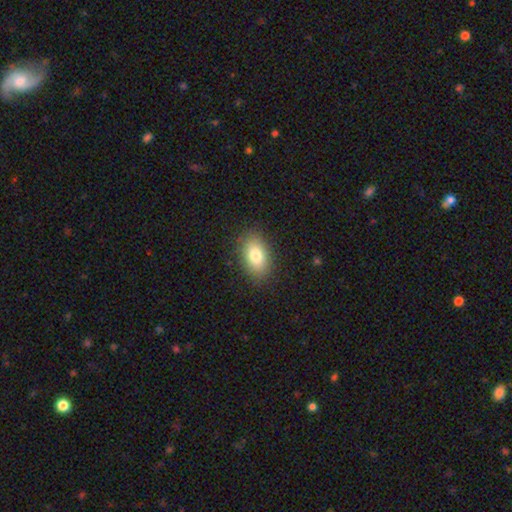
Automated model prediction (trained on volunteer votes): The model was most divided on "smooth or featured": smooth: 80%, featured or disk: 11%, star or artifact: 9%. More confident: how rounded — in between (88%); merging — none (87%).